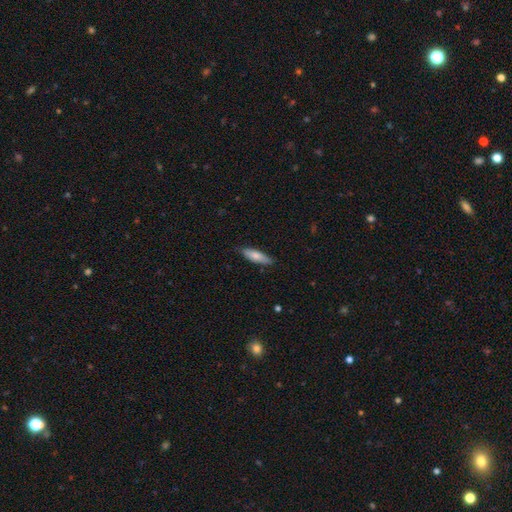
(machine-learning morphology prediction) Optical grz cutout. It shows a smooth galaxy with no disk features (75%) that is cigar-shaped (57%). Merging: none (82%).